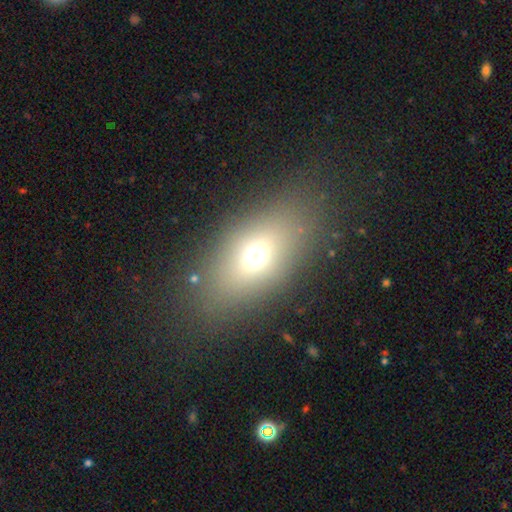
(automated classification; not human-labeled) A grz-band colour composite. It shows a smooth galaxy with no disk features (66%) that is in between round and cigar-shaped (81%). Merging: none (81%).